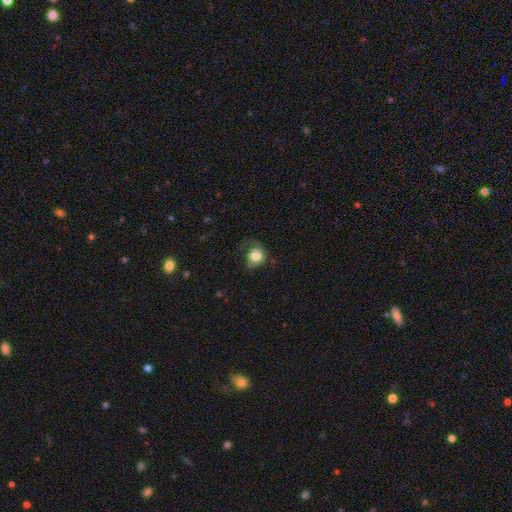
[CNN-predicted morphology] smooth 73%, featured or disk 19%, star or artifact 8%. Down the decision tree: how rounded — round (71%); merging — none (40%).